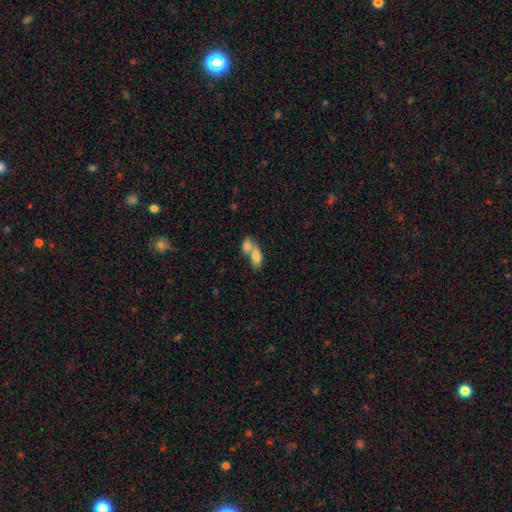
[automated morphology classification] smooth 77%, featured or disk 16%, star or artifact 7%. Down the decision tree: how rounded — in between (85%); merging — merger (73%).